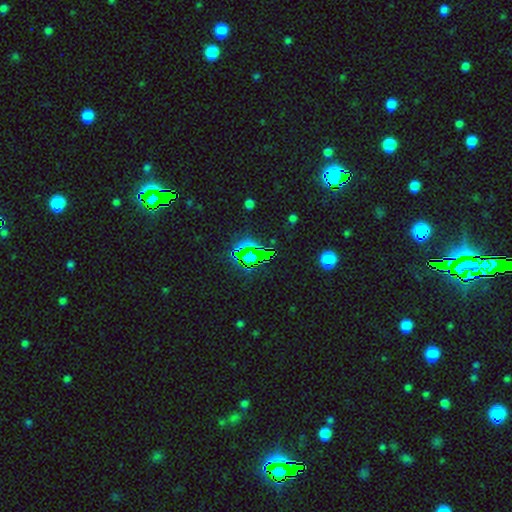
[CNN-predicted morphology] A star or artifact, not a galaxy (74%).